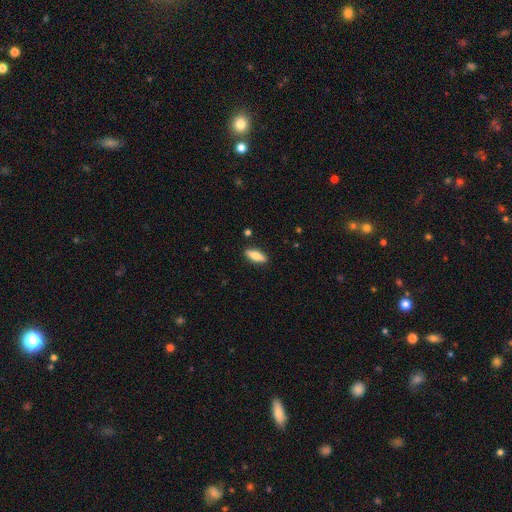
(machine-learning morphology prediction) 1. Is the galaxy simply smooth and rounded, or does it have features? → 71% smooth, 22% featured or disk, 6% star or artifact.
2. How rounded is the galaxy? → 65% in between, 33% cigar-shaped, 2% round.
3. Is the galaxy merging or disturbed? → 88% none, 9% minor disturbance, 2% major disturbance, 2% merger.